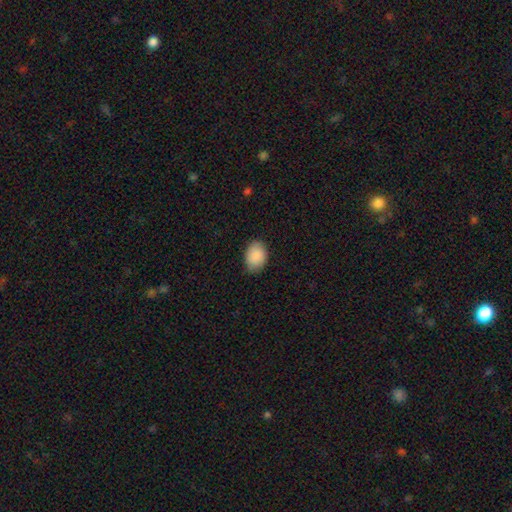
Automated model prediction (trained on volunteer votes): Q: Smooth or featured?
A: smooth (90%); runner-up: star or artifact (6%)
Q: How rounded?
A: in between (77%); runner-up: round (22%)
Q: Merging?
A: none (80%); runner-up: minor disturbance (16%)